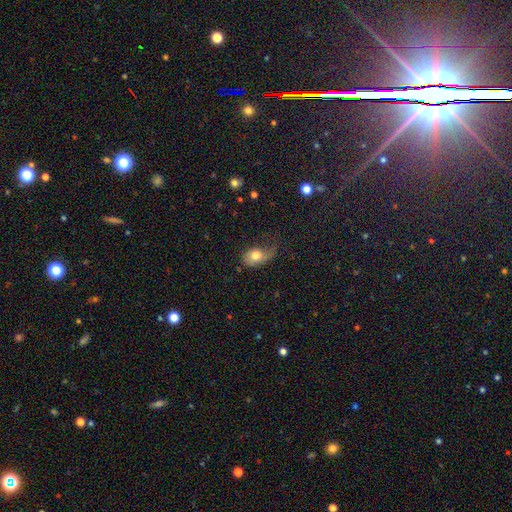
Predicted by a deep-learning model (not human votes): Smooth or featured? smooth (70%)
How rounded? in between (76%)
Merging? major disturbance (36%)